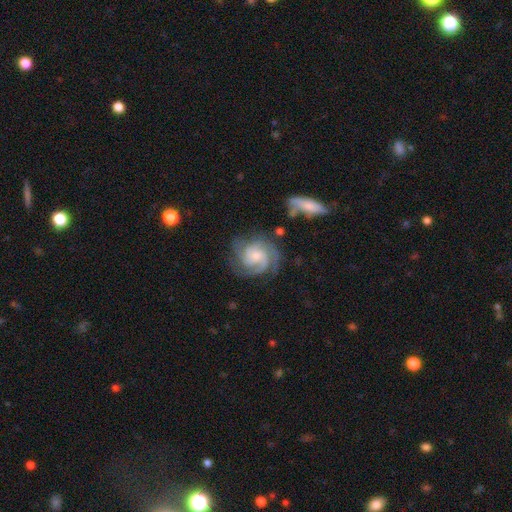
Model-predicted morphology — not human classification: smooth_or_featured: featured or disk (p=0.85) [alt: smooth p=0.10]
disk_edge_on: no (p=0.98) [alt: yes p=0.02]
bar: no (p=0.66) [alt: weak p=0.29]
has_spiral_arms: yes (p=0.97) [alt: no p=0.03]
spiral_winding: tight (p=0.53) [alt: medium p=0.39]
spiral_arm_count: 3 (p=0.47) [alt: 2 p=0.18]
bulge_size: small (p=0.50) [alt: moderate p=0.37]
merging: none (p=0.70) [alt: minor disturbance p=0.17]